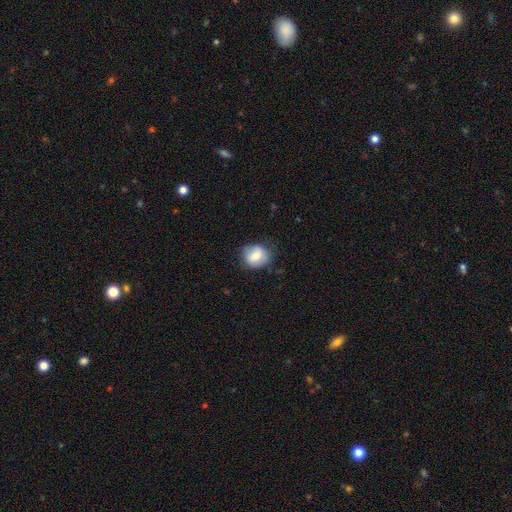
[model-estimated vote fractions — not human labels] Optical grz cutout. It shows a smooth galaxy with no disk features (75%) that is round (72%). Merging: none (73%).